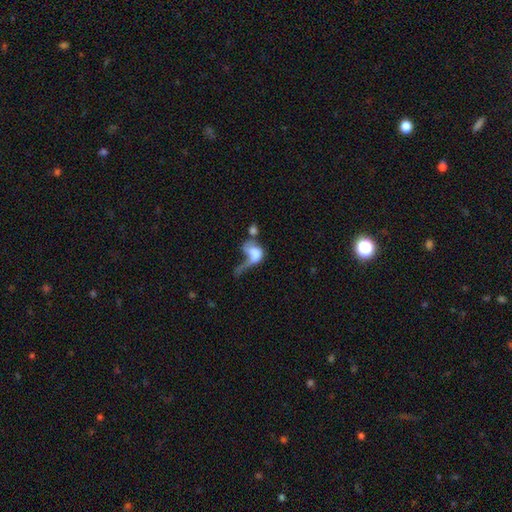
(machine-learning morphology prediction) A smooth galaxy with no disk features (50%). Merging: major disturbance (44%).